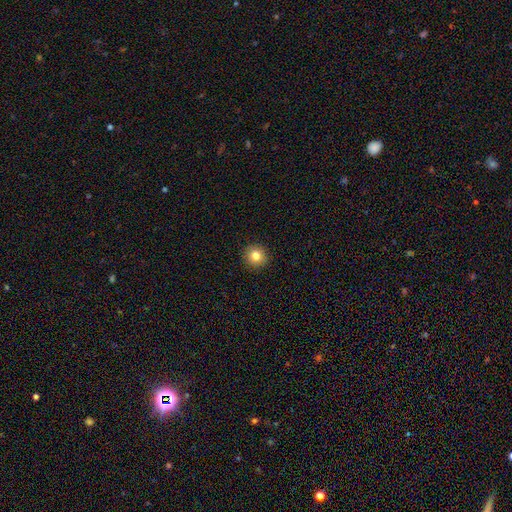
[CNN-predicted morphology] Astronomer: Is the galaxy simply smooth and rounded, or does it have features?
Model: smooth — 82%.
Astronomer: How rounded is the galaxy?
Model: round — 94%.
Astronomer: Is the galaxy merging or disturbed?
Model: none — 93%.